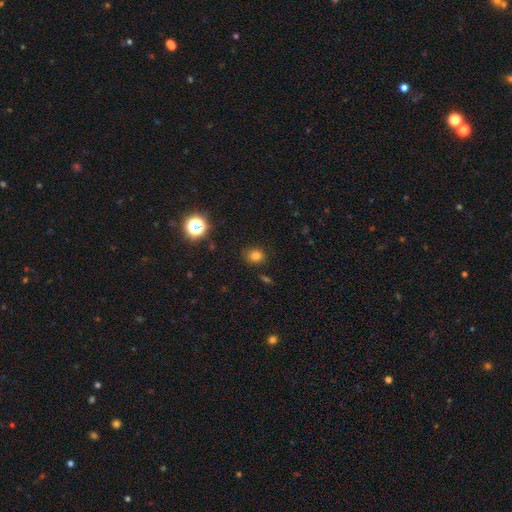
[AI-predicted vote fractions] Morphology: type=smooth (78%); roundness=round (73%); merging=none (83%).